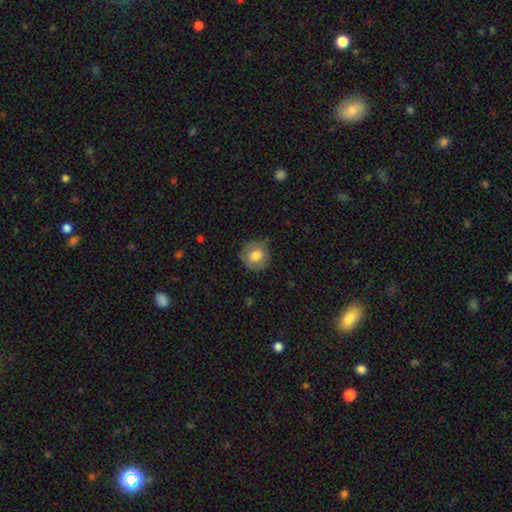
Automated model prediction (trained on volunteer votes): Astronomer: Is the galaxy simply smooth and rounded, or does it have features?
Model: smooth — 74%.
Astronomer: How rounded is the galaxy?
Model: round — 89%.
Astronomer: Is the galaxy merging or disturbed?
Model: none — 74%.